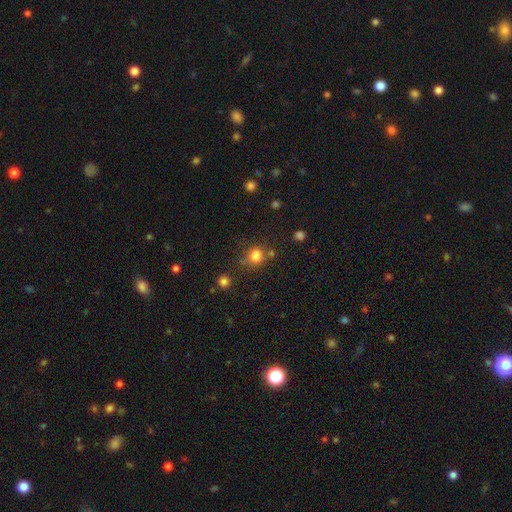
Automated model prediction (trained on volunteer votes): smooth 80%, star or artifact 14%, featured or disk 5%. Down the decision tree: how rounded — round (81%); merging — none (69%).